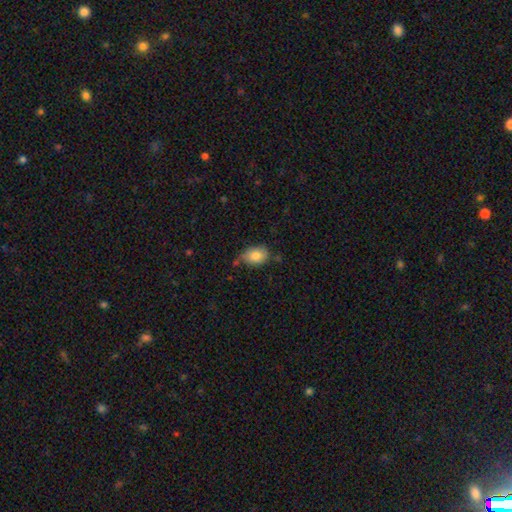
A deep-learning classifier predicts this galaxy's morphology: Smooth or featured? Predicted: smooth (p=0.82). How rounded? Predicted: in between (p=0.72). Merging? Predicted: none (p=0.64).